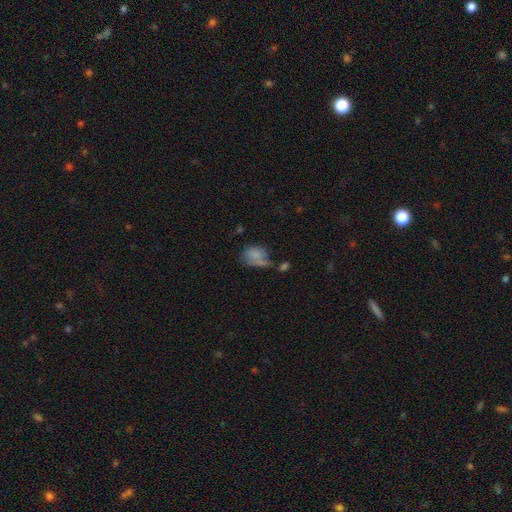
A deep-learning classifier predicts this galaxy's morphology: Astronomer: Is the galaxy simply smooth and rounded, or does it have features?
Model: smooth — 74%.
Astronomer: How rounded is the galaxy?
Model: in between — 65%.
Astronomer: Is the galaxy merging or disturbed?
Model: none — 32% (runner-up: minor disturbance, 26%).